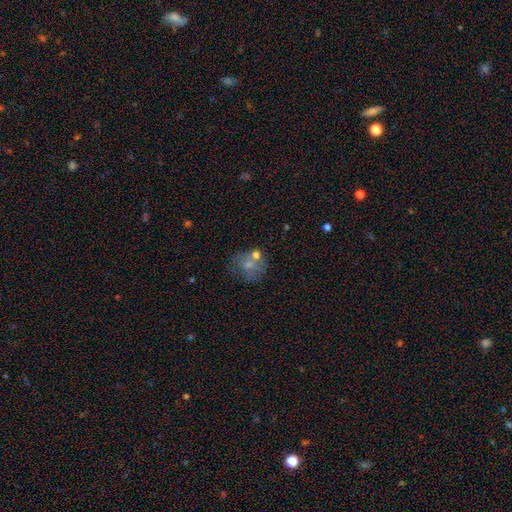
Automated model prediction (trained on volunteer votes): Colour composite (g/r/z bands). It shows a smooth galaxy with no disk features (59%) that is round (62%). Merging: none (40%).